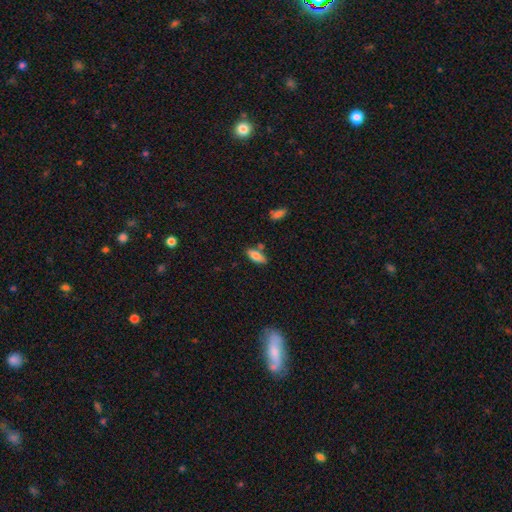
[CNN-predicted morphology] type=smooth (79%); roundness=in between (76%); merging=none (71%).